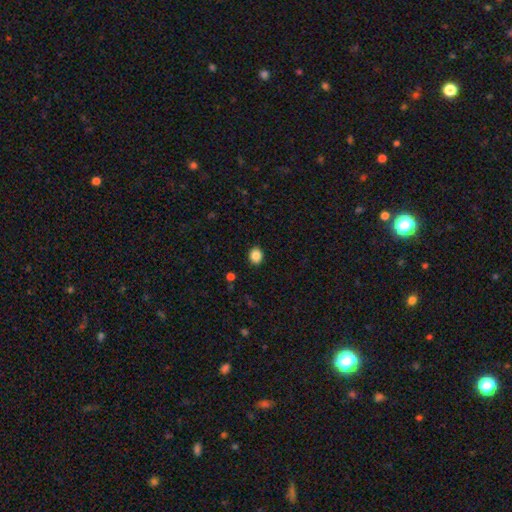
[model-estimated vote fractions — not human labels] This appears to be a smooth galaxy with no disk features (86%) that is round (63%). Merging: none (91%).